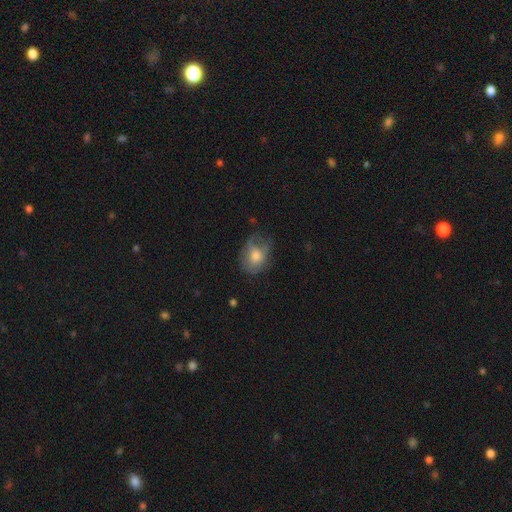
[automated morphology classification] Smooth or featured?
  - smooth: 61% *
  - featured or disk: 29%
  - star or artifact: 9%
How rounded?
  - in between: 62% *
  - round: 37%
  - cigar-shaped: 1%
Merging?
  - none: 50% *
  - minor disturbance: 30%
  - major disturbance: 18%
  - merger: 2%